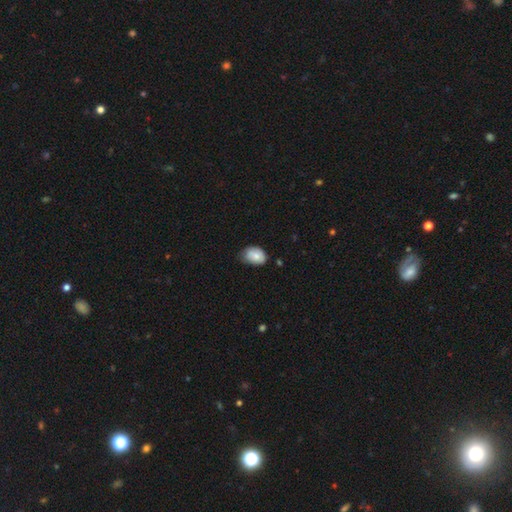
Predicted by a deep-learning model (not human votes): Smooth or featured: smooth — 78% (featured or disk — 15%)
How rounded: in between — 74% (round — 25%)
Merging: none — 51% (minor disturbance — 41%)